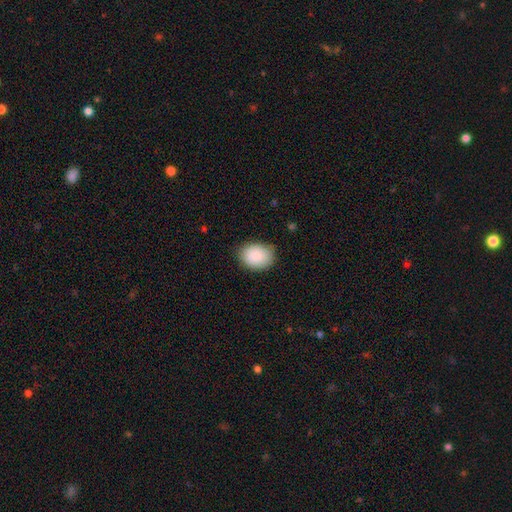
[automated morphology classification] smooth 89%, star or artifact 7%, featured or disk 4%. Down the decision tree: how rounded — in between (64%); merging — none (81%).